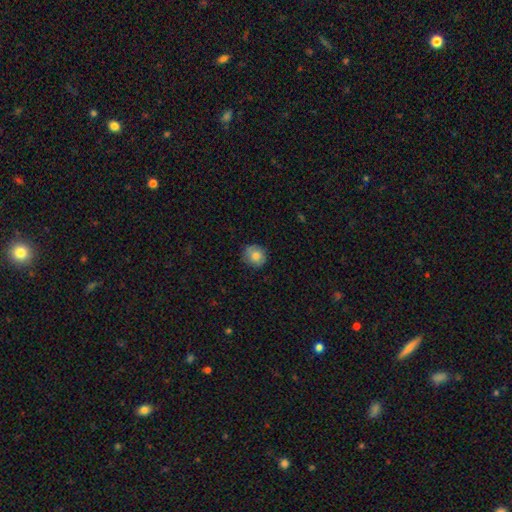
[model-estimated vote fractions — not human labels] This is likely a smooth galaxy (78%). How rounded: clearly round (87%). Merging: likely none (79%).